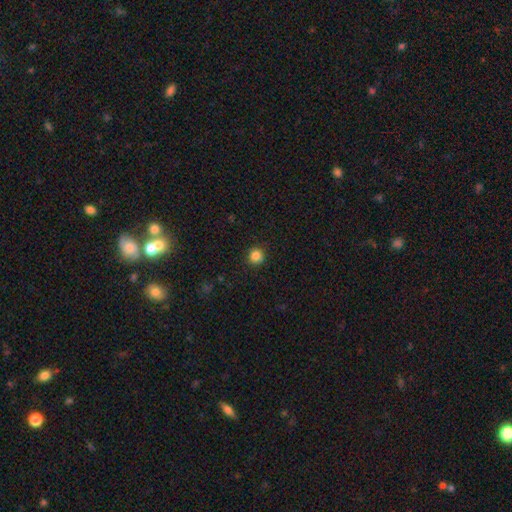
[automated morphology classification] Smooth or featured? smooth (85%)
How rounded? round (94%)
Merging? none (92%)